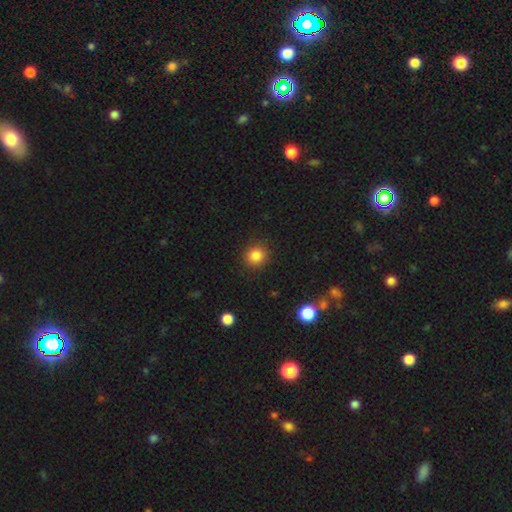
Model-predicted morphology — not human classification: Overall: smooth (85%). How rounded: round (88%). Merging: none (89%).